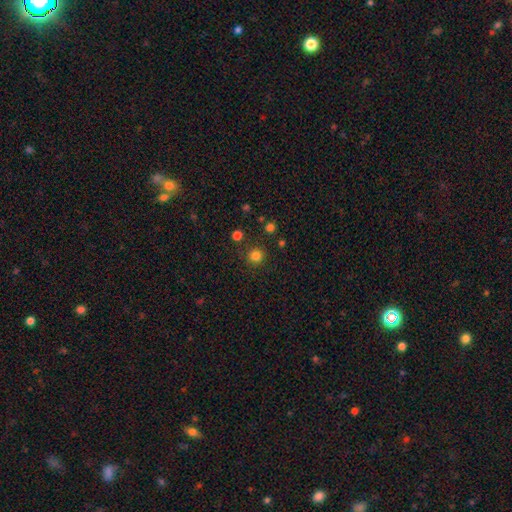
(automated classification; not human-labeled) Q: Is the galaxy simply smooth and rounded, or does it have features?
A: smooth — 81%.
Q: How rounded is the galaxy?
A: round — 95%.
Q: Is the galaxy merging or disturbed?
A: none — 89%.